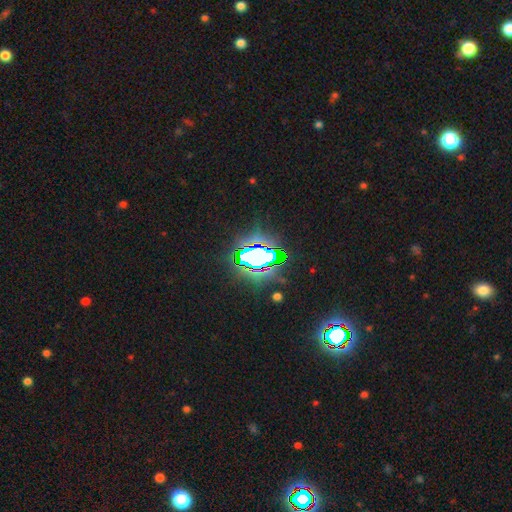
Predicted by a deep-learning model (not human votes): smooth-or-featured: star or artifact: 65% | smooth: 20% | featured or disk: 15%